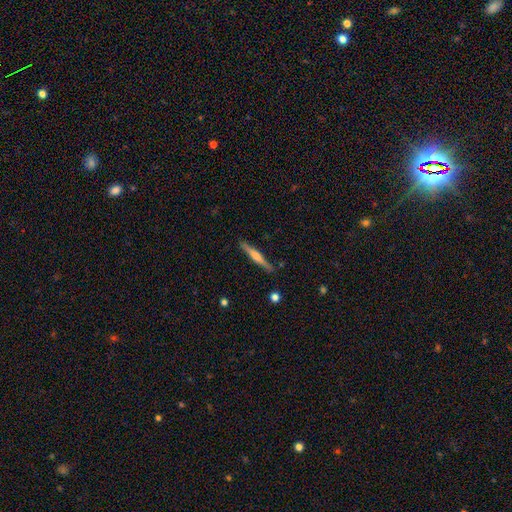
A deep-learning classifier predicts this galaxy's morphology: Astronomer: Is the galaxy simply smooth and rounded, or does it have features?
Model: featured or disk — 66%.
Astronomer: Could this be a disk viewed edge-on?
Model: yes — 98%.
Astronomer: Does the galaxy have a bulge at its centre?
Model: rounded — 73%.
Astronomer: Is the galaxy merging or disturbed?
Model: none — 89%.